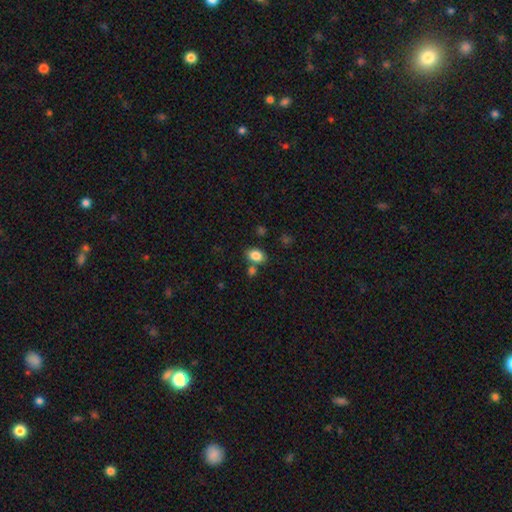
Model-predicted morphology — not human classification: type=smooth (85%); roundness=in between (81%); merging=none (71%).